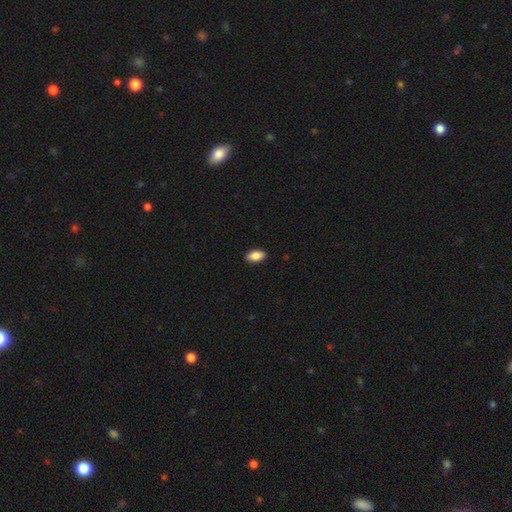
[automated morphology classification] Overall: smooth (87%). How rounded: in between (93%). Merging: none (90%).